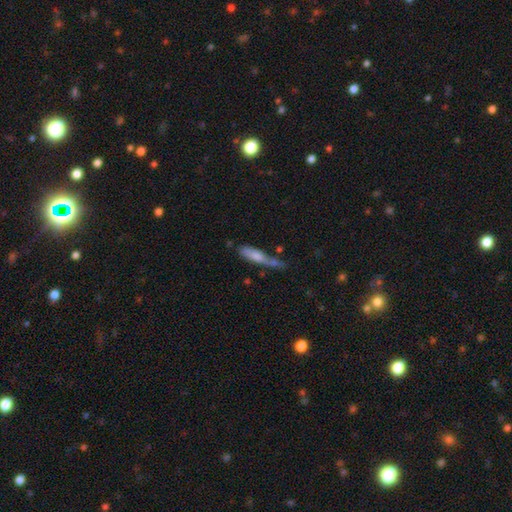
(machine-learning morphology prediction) type=smooth (68%); roundness=cigar-shaped (69%); merging=none (35%).